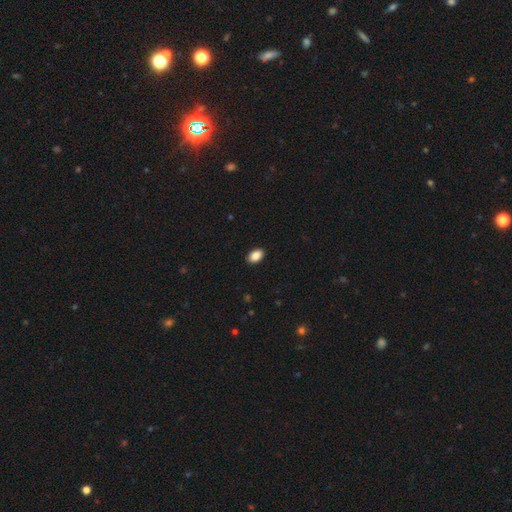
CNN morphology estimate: smooth_or_featured: smooth (p=0.88) [alt: star or artifact p=0.08]
how_rounded: in between (p=0.89) [alt: round p=0.10]
merging: none (p=0.91) [alt: minor disturbance p=0.07]